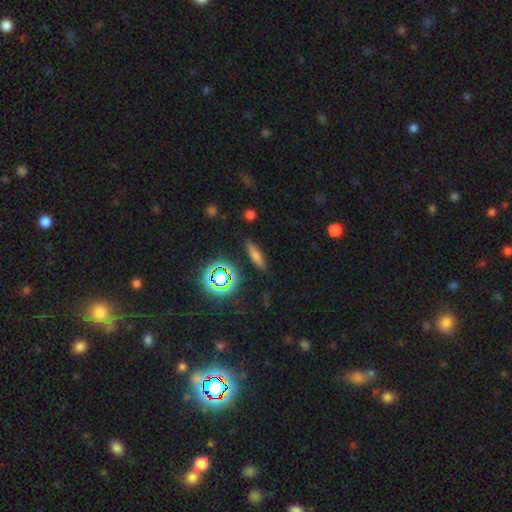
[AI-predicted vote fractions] smooth-or-featured: smooth: 64% | star or artifact: 19% | featured or disk: 17%
  how-rounded: cigar-shaped: 64% | in between: 29% | round: 6%
  merging: none: 85% | minor disturbance: 10% | major disturbance: 3% | merger: 2%